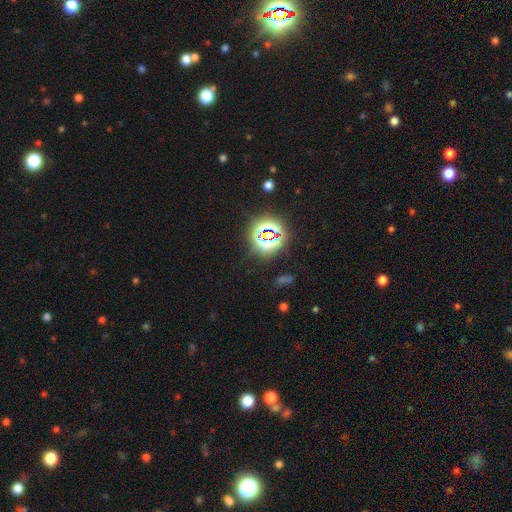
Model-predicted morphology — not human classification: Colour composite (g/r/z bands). It shows a star or artifact, not a galaxy (77%).